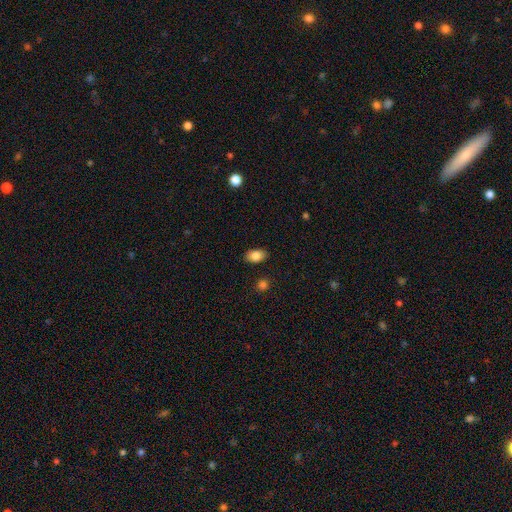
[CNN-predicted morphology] This is clearly a smooth galaxy (85%). How rounded: clearly in between (89%). Merging: clearly none (87%).